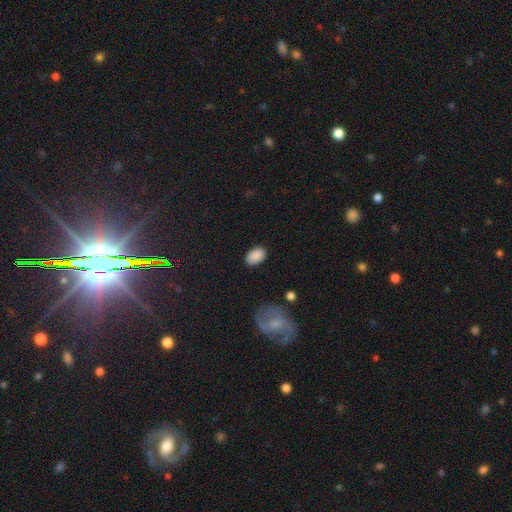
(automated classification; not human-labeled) Overall: smooth (88%). How rounded: in between (89%). Merging: none (82%).